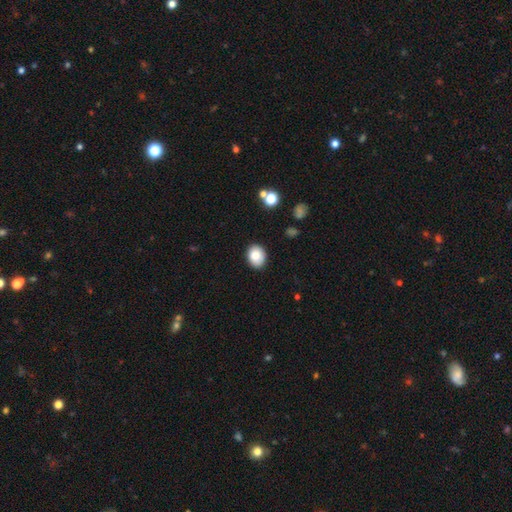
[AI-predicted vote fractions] This appears to be a smooth galaxy with no disk features (85%) that is in between round and cigar-shaped (58%). Merging: none (85%).